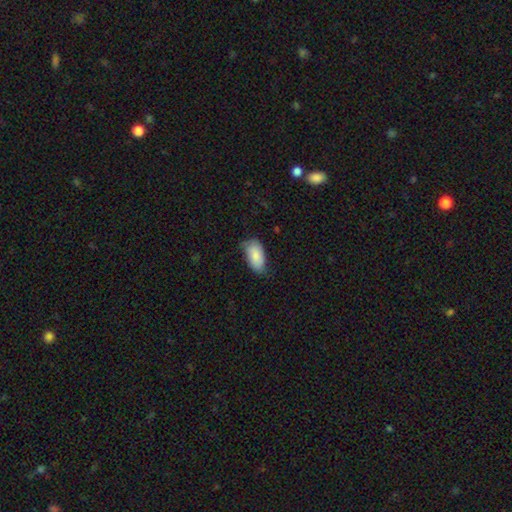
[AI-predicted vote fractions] Smooth or featured? Predicted: smooth (p=0.84). How rounded? Predicted: in between (p=0.94). Merging? Predicted: none (p=0.59).